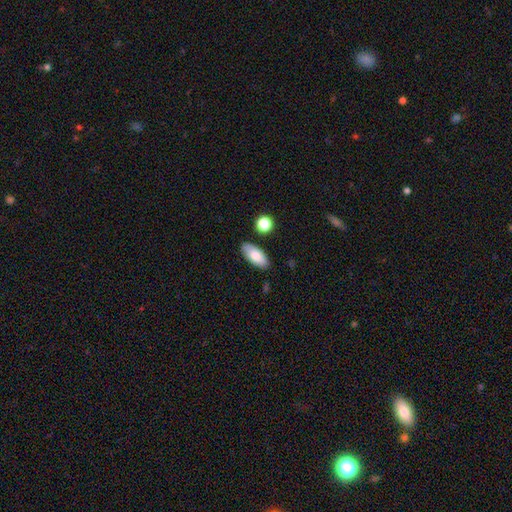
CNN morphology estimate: smooth 80%, featured or disk 14%, star or artifact 7%. Down the decision tree: how rounded — in between (88%); merging — none (84%).